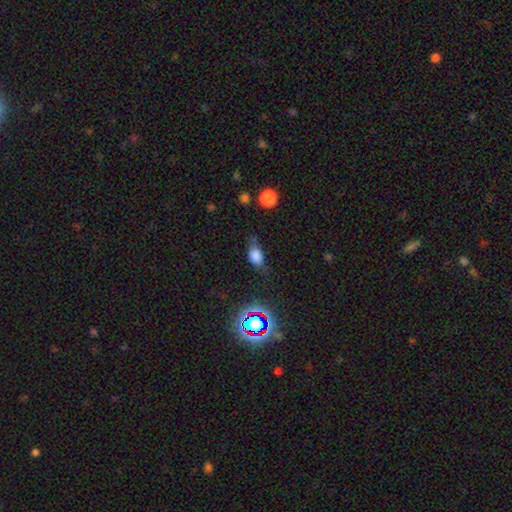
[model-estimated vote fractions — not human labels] Smooth or featured? smooth (72%)
How rounded? in between (81%)
Merging? none (54%)